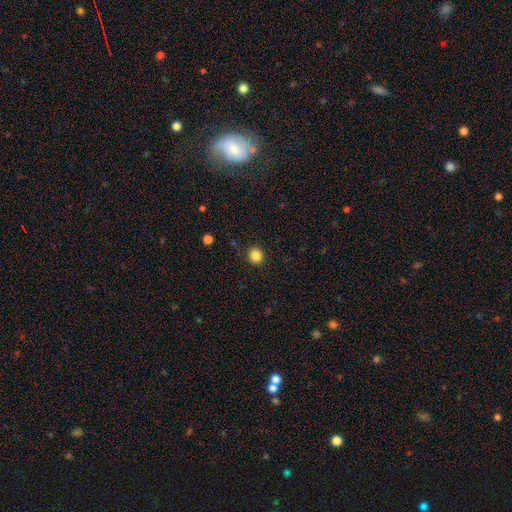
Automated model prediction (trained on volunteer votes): Q: Smooth or featured?
A: smooth (85%); runner-up: star or artifact (11%)
Q: How rounded?
A: round (88%); runner-up: in between (11%)
Q: Merging?
A: none (89%); runner-up: minor disturbance (8%)